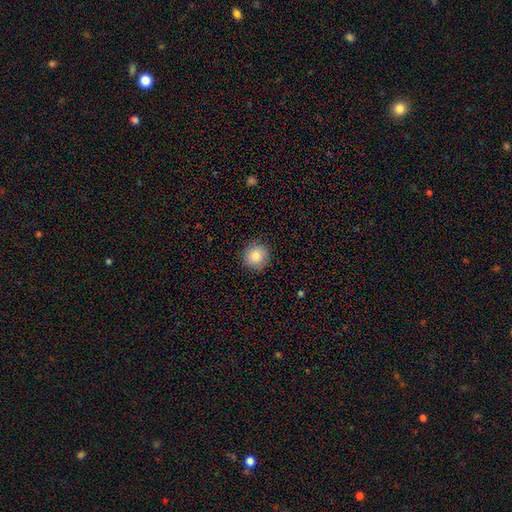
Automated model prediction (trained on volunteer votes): The model was most divided on "smooth or featured": smooth: 84%, star or artifact: 9%, featured or disk: 7%. More confident: how rounded — round (90%); merging — none (88%).